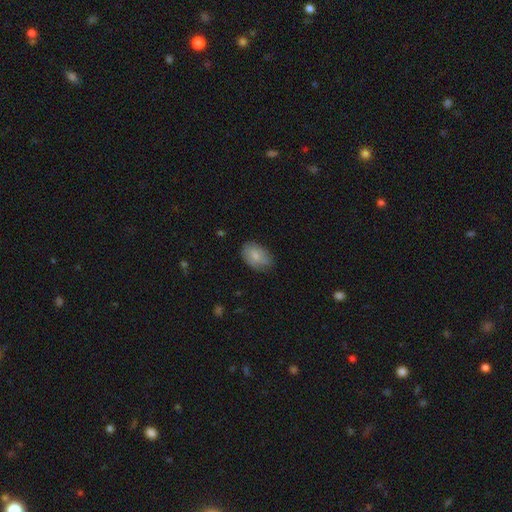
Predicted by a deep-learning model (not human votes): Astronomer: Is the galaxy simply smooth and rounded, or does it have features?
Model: smooth — 73%.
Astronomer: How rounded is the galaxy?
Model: in between — 88%.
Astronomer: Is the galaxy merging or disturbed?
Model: none — 69%.